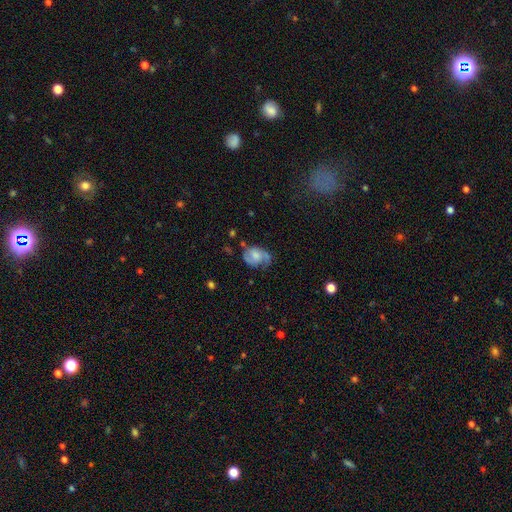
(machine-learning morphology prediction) This is possibly a featured or disk galaxy (55%). It is clearly not viewed edge-on (97%). Bar: likely no (67%). Spiral arm pattern: clearly yes (82%). Central bulge: marginally moderate (38%). Merging: marginally none (43%).